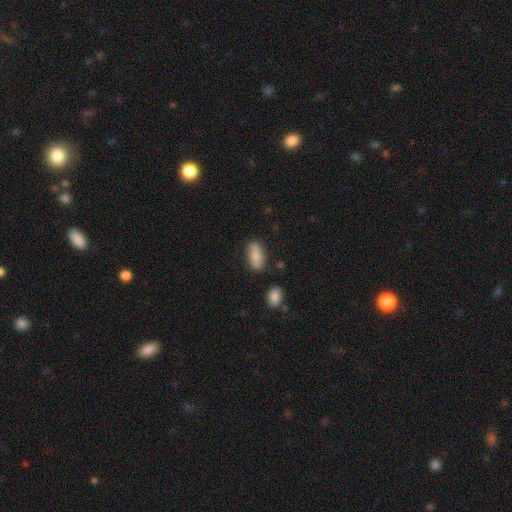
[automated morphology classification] This appears to be a smooth galaxy with no disk features (81%) that is in between round and cigar-shaped (77%). Merging: none (80%).